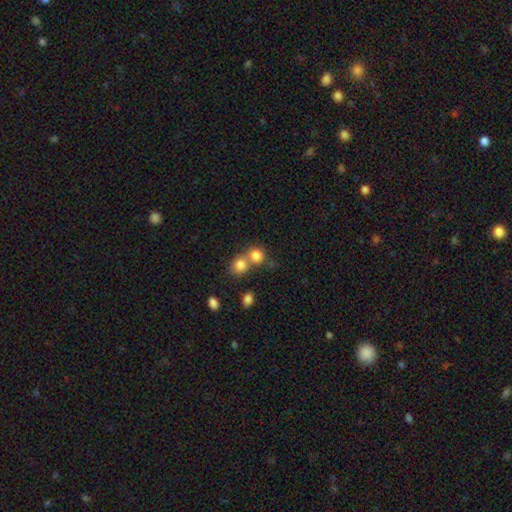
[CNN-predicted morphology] Smooth or featured?
  - smooth: 80% *
  - star or artifact: 11%
  - featured or disk: 8%
How rounded?
  - round: 81% *
  - in between: 18%
  - cigar-shaped: 1%
Merging?
  - merger: 50% *
  - none: 41%
  - minor disturbance: 6%
  - major disturbance: 3%